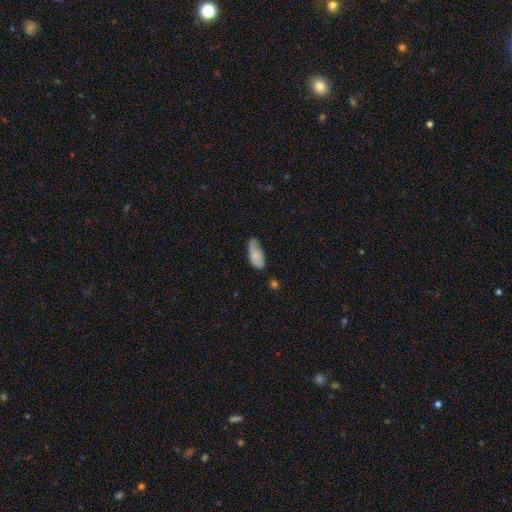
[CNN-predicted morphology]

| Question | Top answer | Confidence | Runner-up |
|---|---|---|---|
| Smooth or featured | smooth | 73% | featured or disk (20%) |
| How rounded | in between | 87% | cigar-shaped (10%) |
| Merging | none | 51% | minor disturbance (34%) |